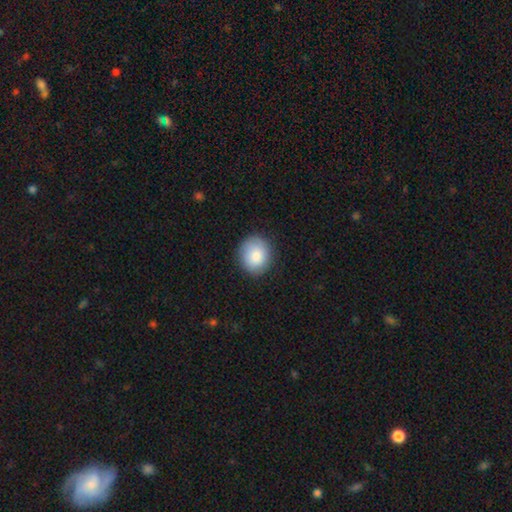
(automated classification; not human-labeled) Morphology: type=smooth (84%); roundness=round (75%); merging=none (87%).